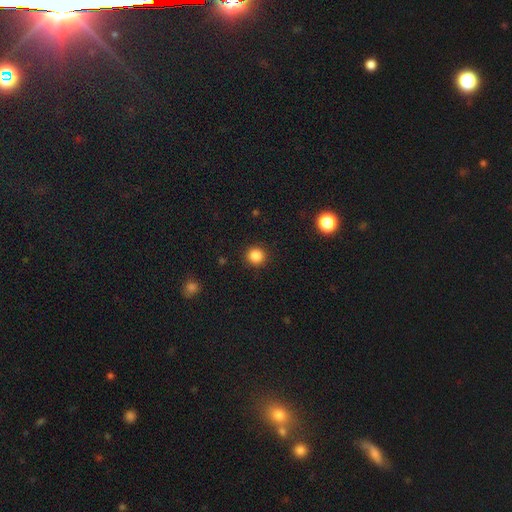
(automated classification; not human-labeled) This appears to be a smooth galaxy with no disk features (85%) that is round (93%). Merging: none (92%).